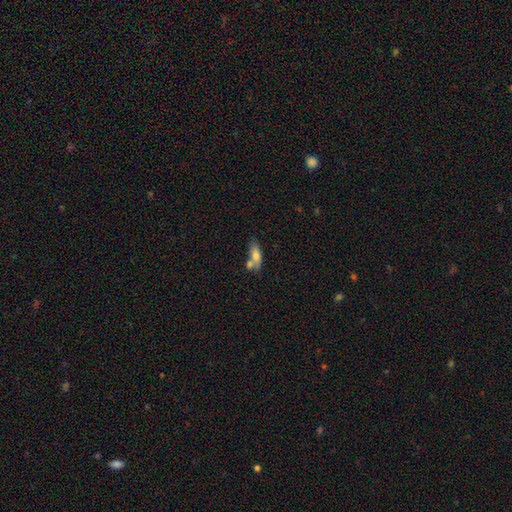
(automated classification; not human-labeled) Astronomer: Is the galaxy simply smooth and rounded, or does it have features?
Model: smooth — 71%.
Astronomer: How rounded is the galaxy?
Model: in between — 63%.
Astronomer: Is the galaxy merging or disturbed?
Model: none — 46% (runner-up: merger, 33%).